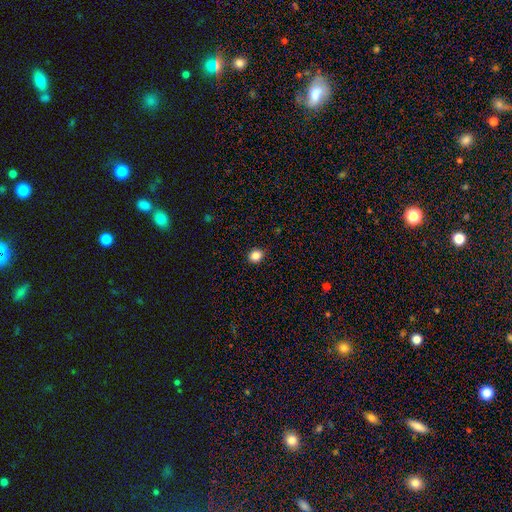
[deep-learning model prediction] Smooth or featured: smooth — 86% (star or artifact — 11%)
How rounded: round — 70% (in between — 29%)
Merging: none — 91% (minor disturbance — 7%)